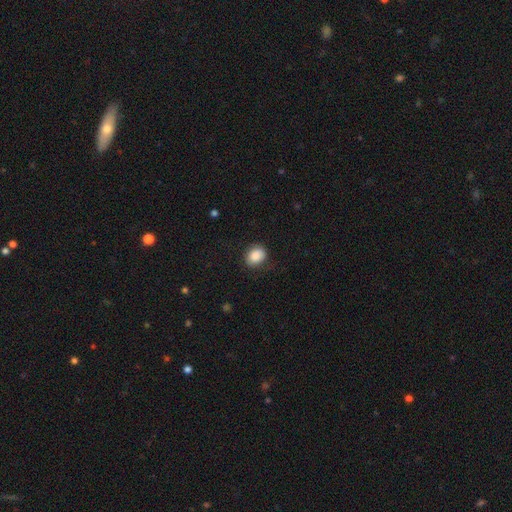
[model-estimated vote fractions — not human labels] The model was most divided on "how rounded": in between: 55%, round: 44%, cigar-shaped: 1%. More confident: smooth or featured — smooth (88%); merging — none (79%).